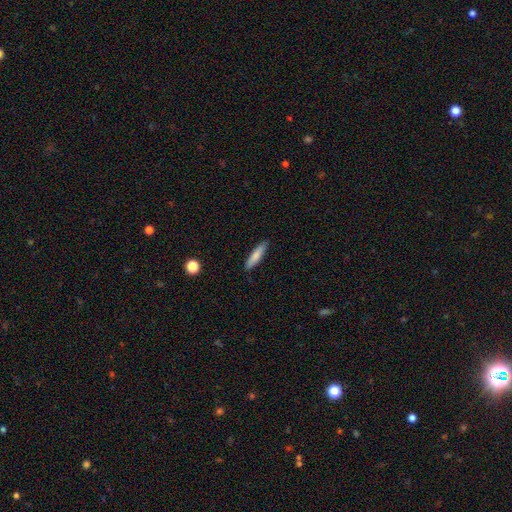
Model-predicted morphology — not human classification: type=smooth (79%); roundness=cigar-shaped (80%); merging=none (87%).